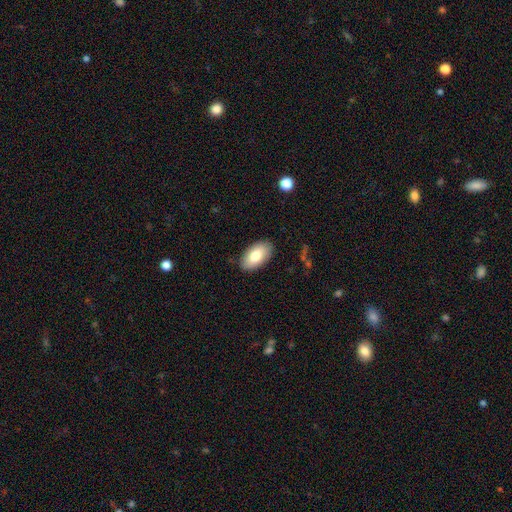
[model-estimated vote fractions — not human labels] Smooth or featured?
  - smooth: 81% *
  - featured or disk: 13%
  - star or artifact: 6%
How rounded?
  - in between: 95% *
  - round: 3%
  - cigar-shaped: 2%
Merging?
  - none: 86% *
  - minor disturbance: 10%
  - major disturbance: 2%
  - merger: 1%